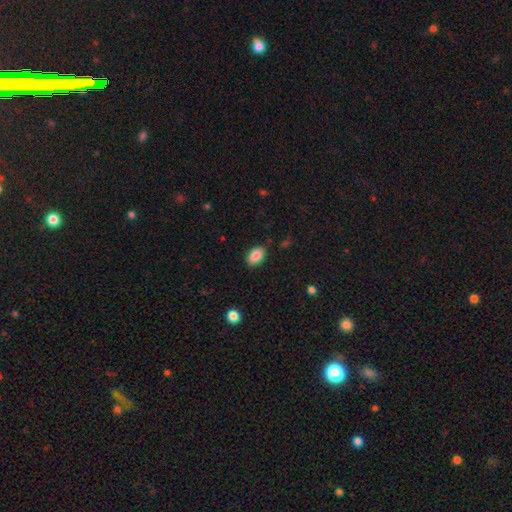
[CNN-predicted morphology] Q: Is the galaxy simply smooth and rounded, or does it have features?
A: smooth — 87%.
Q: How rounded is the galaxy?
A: in between — 90%.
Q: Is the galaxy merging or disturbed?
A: none — 86%.